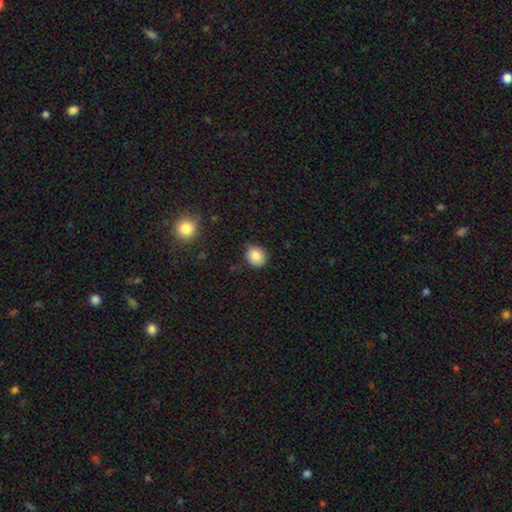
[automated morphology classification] A smooth galaxy with no disk features (83%) that is round (72%).

Vote fractions:
- Smooth or featured? smooth: 83% / star or artifact: 10% / featured or disk: 7%
- How rounded? round: 72% / in between: 27% / cigar-shaped: 1%
- Merging? none: 77% / minor disturbance: 19% / major disturbance: 3% / merger: 1%